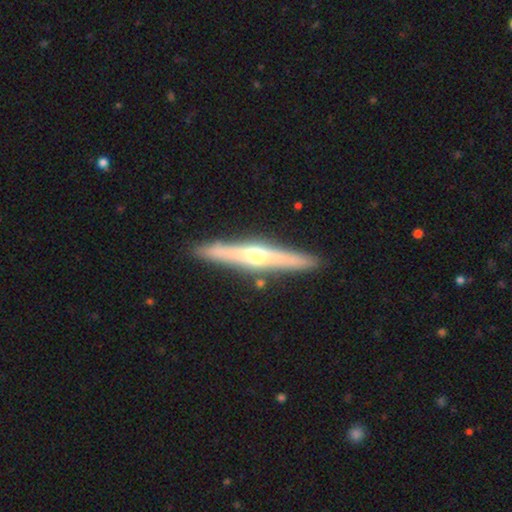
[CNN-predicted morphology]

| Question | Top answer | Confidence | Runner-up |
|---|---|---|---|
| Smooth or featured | featured or disk | 69% | smooth (26%) |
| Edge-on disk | yes | 96% | no (4%) |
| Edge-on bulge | rounded | 88% | none (7%) |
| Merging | none | 89% | minor disturbance (7%) |